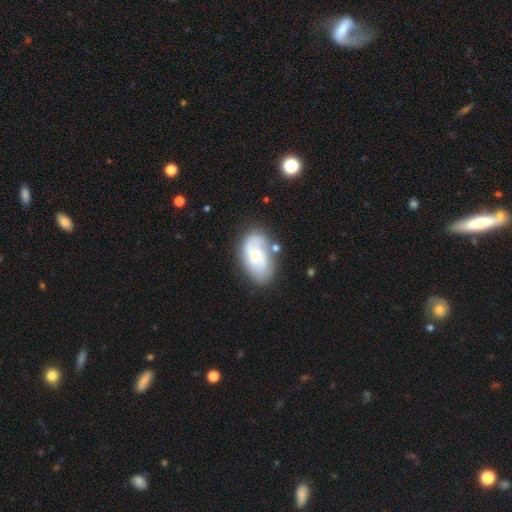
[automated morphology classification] Smooth or featured? featured or disk (68%)
Edge-on disk? no (97%)
Bar? no (59%)
Spiral arms? yes (92%)
Spiral winding? medium (43%)
Spiral arm count? 2 (66%)
Bulge size? small (61%)
Merging? none (68%)